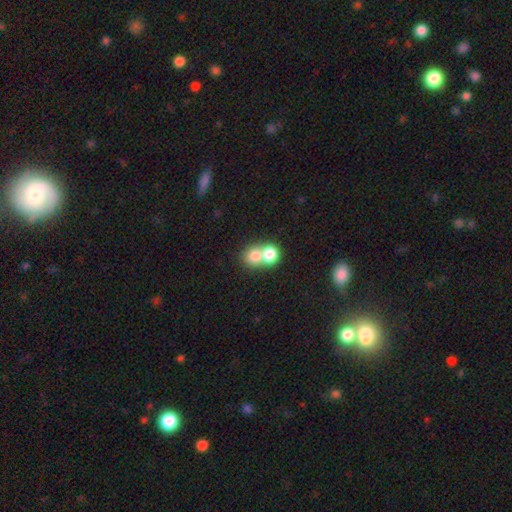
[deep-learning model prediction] This appears to be a smooth galaxy with no disk features (76%) that is round (73%). Merging: merger (68%).